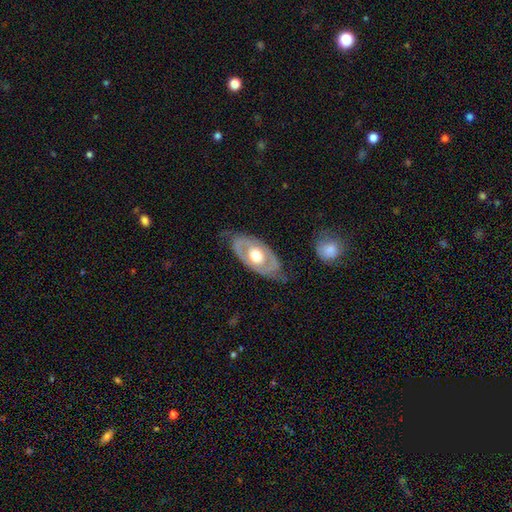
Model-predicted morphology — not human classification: Smooth or featured: featured or disk — 67% (smooth — 29%)
Edge-on disk: no — 88% (yes — 12%)
Bar: no — 85% (weak — 11%)
Spiral arms: no — 66% (yes — 34%)
Bulge size: moderate — 69% (large — 23%)
Merging: none — 69% (minor disturbance — 21%)